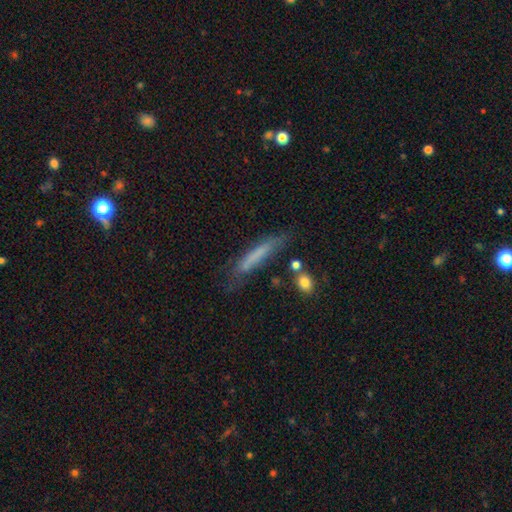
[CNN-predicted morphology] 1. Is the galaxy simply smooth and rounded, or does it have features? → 63% smooth, 28% featured or disk, 9% star or artifact.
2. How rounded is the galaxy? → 91% cigar-shaped, 8% in between, 2% round.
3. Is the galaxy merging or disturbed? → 63% none, 24% minor disturbance, 9% major disturbance, 4% merger.